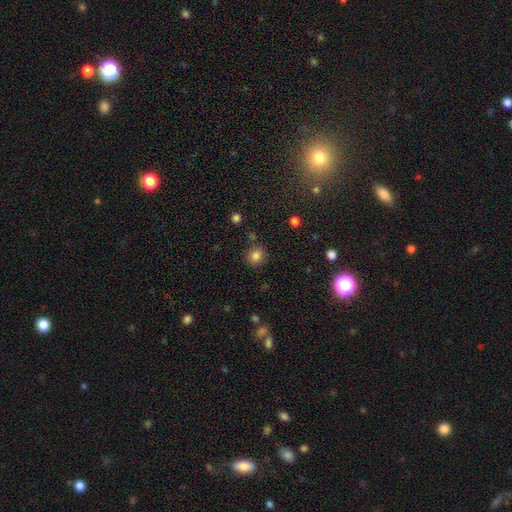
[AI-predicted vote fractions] The model was most divided on "smooth or featured": smooth: 82%, star or artifact: 12%, featured or disk: 6%. More confident: how rounded — round (87%); merging — none (84%).